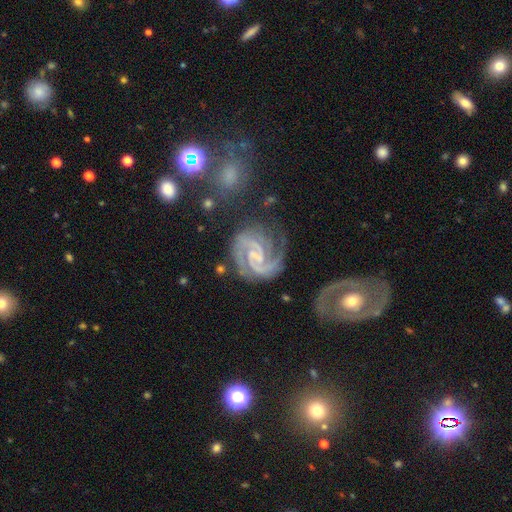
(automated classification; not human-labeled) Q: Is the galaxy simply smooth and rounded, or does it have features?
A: featured or disk — 91%.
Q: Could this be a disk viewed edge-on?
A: no — 98%.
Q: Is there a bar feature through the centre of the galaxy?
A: weak — 47%.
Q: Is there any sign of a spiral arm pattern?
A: yes — 98%.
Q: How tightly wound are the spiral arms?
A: tight — 50%.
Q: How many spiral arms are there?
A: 2 — 59%.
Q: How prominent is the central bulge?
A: small — 58%.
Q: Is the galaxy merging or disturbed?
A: none — 65%.